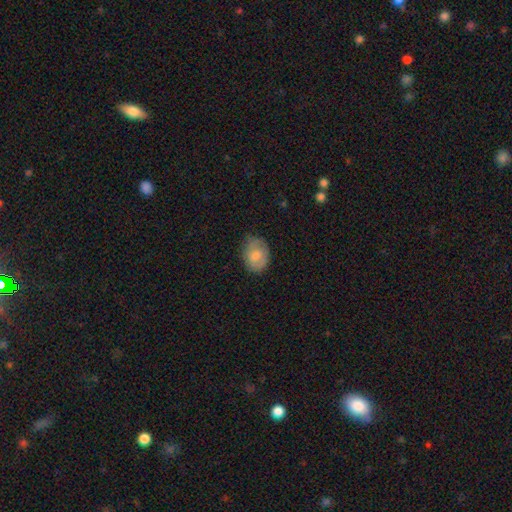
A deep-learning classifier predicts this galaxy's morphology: Smooth or featured? Predicted: smooth (p=0.71). How rounded? Predicted: in between (p=0.65). Merging? Predicted: none (p=0.68).